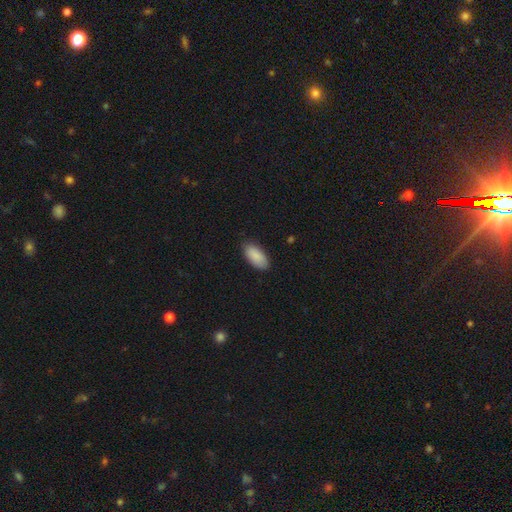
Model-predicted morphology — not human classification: smooth 90%, star or artifact 6%, featured or disk 4%. Down the decision tree: how rounded — in between (93%); merging — none (85%).